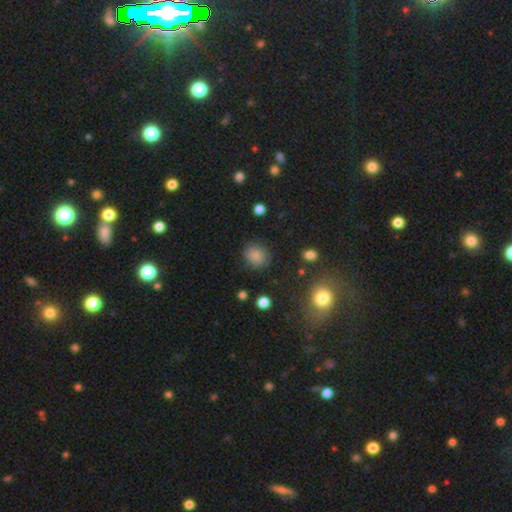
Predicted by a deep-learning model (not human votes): smooth_or_featured: smooth (p=0.78) [alt: star or artifact p=0.12]
how_rounded: round (p=0.73) [alt: in between p=0.26]
merging: none (p=0.75) [alt: minor disturbance p=0.17]